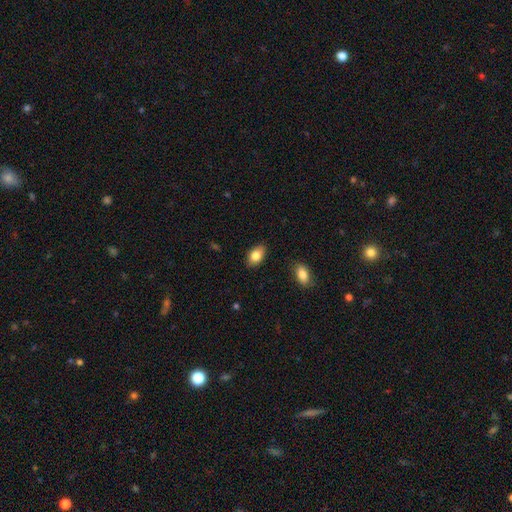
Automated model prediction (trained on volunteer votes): Smooth or featured?
  - smooth: 83% *
  - featured or disk: 10%
  - star or artifact: 7%
How rounded?
  - in between: 89% *
  - round: 9%
  - cigar-shaped: 2%
Merging?
  - none: 85% *
  - minor disturbance: 11%
  - major disturbance: 2%
  - merger: 1%